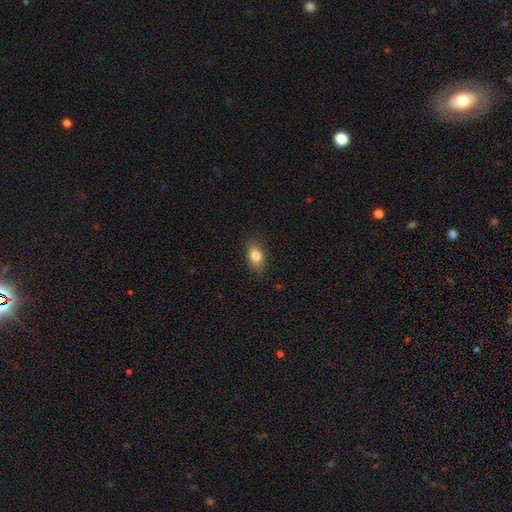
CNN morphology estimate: smooth 81%, featured or disk 11%, star or artifact 8%. Down the decision tree: how rounded — in between (86%); merging — none (87%).